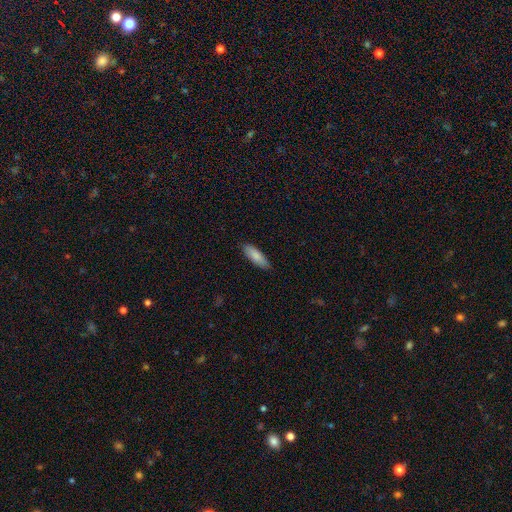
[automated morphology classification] Smooth or featured? smooth (85%)
How rounded? in between (54%)
Merging? none (87%)